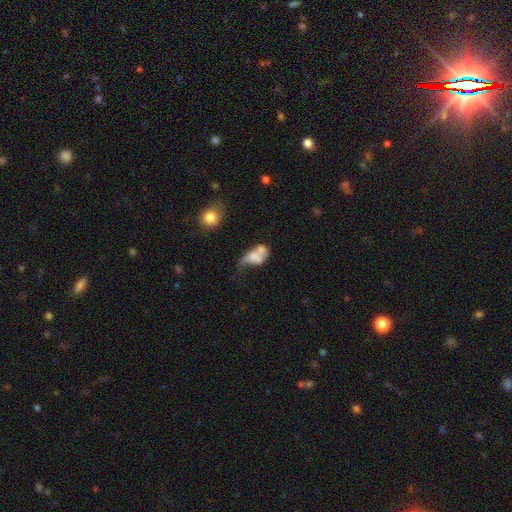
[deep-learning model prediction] smooth-or-featured: smooth: 56% | featured or disk: 34% | star or artifact: 10%
  how-rounded: in between: 80% | round: 16% | cigar-shaped: 4%
  merging: merger: 45% | major disturbance: 24% | none: 15% | minor disturbance: 15%